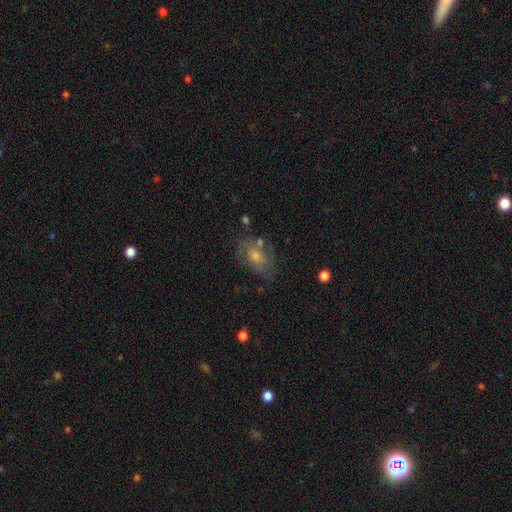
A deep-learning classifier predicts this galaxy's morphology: featured or disk 45%, smooth 39%, star or artifact 16%. Down the decision tree: merging — none (64%).